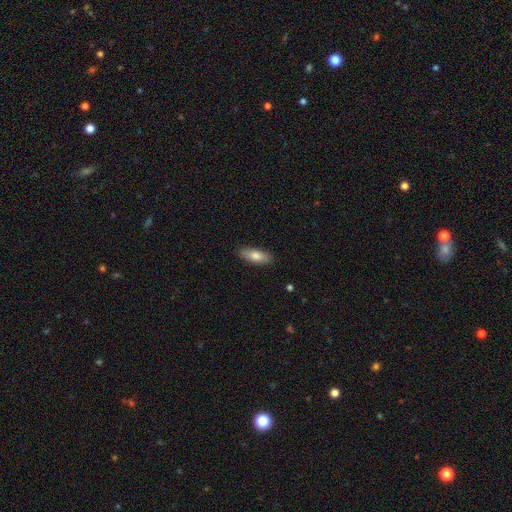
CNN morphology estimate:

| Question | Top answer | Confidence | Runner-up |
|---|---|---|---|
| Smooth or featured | smooth | 79% | featured or disk (14%) |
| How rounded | in between | 71% | cigar-shaped (26%) |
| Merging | none | 88% | minor disturbance (9%) |